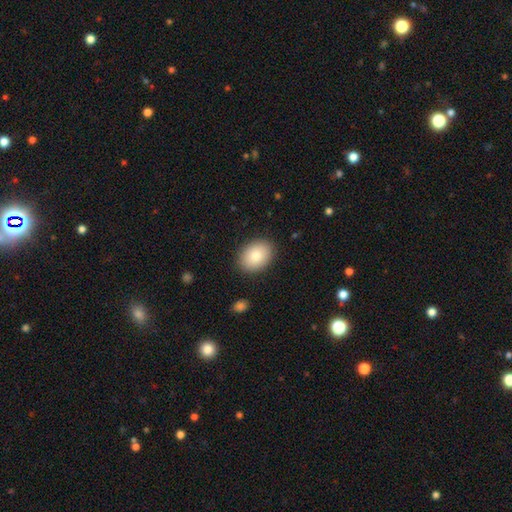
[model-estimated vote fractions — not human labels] Morphology: type=smooth (83%); roundness=in between (72%); merging=none (88%).